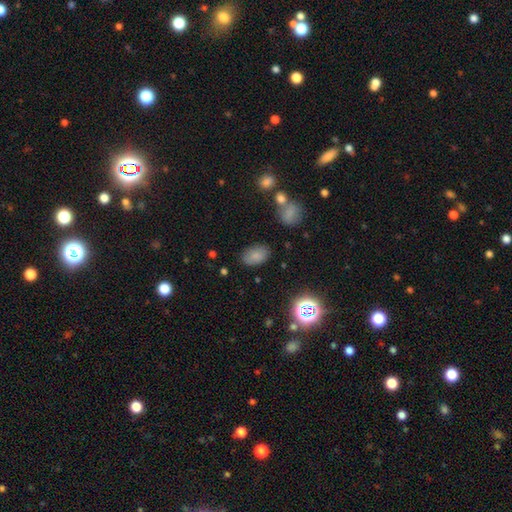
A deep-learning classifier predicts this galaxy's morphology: smooth_or_featured: smooth (p=0.81) [alt: star or artifact p=0.11]
how_rounded: in between (p=0.91) [alt: round p=0.08]
merging: none (p=0.83) [alt: minor disturbance p=0.12]